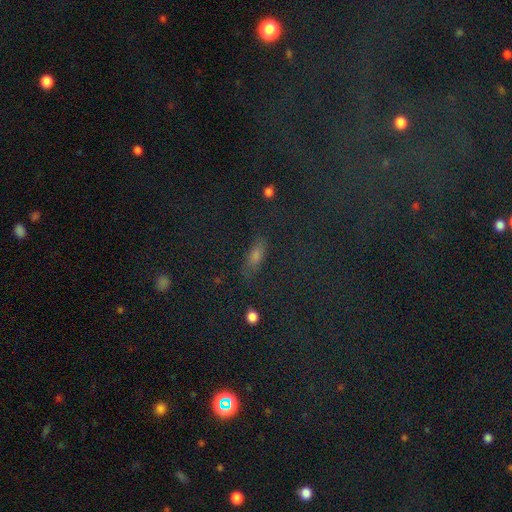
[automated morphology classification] The model was most divided on "how rounded": in between: 64%, cigar-shaped: 28%, round: 8%. More confident: merging — none (73%); smooth or featured — smooth (62%).